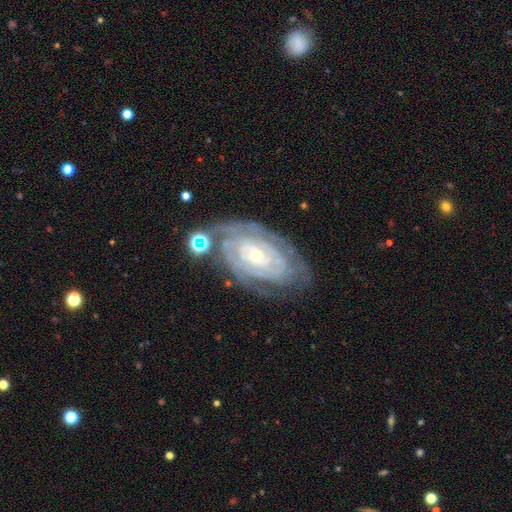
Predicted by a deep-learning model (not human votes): The model was most divided on "spiral arm count": can't tell: 41%, 2: 19%, 3: 15%, 4: 13%, more than 4: 7%, 1: 5%. More confident: edge-on disk — no (96%); spiral arms — yes (94%); smooth or featured — featured or disk (86%); spiral winding — tight (82%); bulge size — small (74%); bar — no (72%); merging — none (62%).